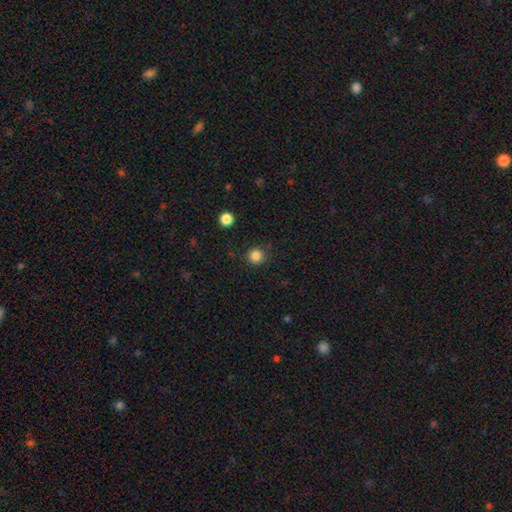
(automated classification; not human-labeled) Smooth or featured: smooth — 84% (star or artifact — 12%)
How rounded: round — 94% (in between — 6%)
Merging: none — 86% (minor disturbance — 9%)